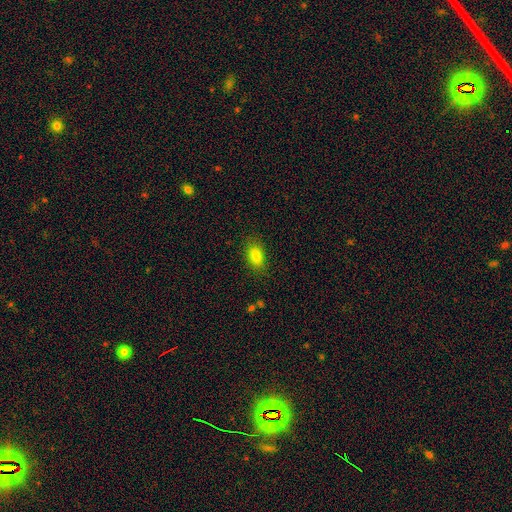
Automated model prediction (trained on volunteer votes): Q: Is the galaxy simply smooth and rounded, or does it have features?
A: smooth — 85%.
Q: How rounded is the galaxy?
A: in between — 88%.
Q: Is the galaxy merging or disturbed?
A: none — 82%.